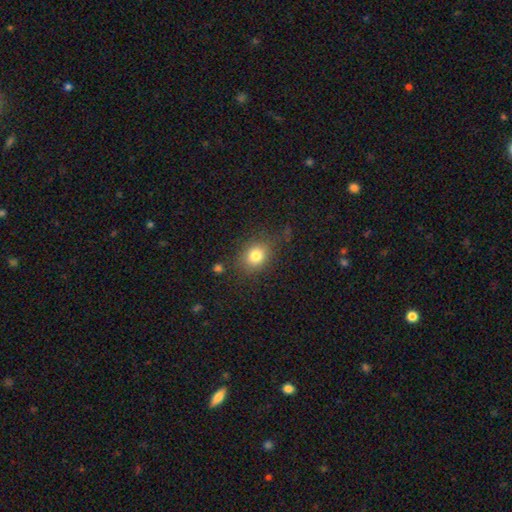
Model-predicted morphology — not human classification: Smooth or featured?
  - smooth: 80% *
  - star or artifact: 11%
  - featured or disk: 9%
How rounded?
  - round: 59% *
  - in between: 40%
  - cigar-shaped: 1%
Merging?
  - none: 76% *
  - minor disturbance: 15%
  - major disturbance: 6%
  - merger: 2%